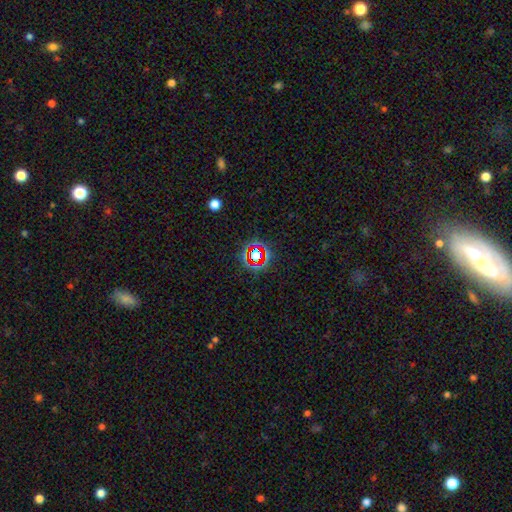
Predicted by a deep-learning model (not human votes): Q: Smooth or featured?
A: star or artifact (69%); runner-up: smooth (19%)